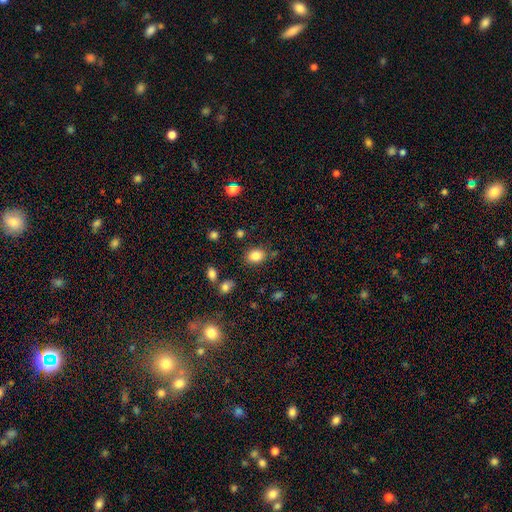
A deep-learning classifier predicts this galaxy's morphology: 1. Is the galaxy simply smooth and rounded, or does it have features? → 84% smooth, 10% star or artifact, 6% featured or disk.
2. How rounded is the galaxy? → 62% in between, 37% round, 1% cigar-shaped.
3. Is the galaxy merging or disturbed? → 79% none, 13% minor disturbance, 5% merger, 4% major disturbance.